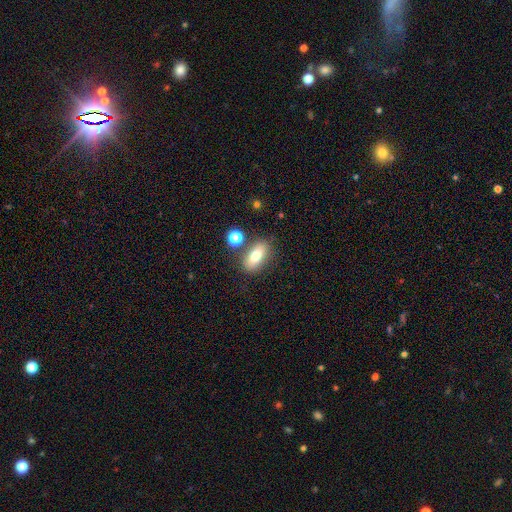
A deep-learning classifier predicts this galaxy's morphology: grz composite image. It shows a smooth galaxy with no disk features (72%) that is in between round and cigar-shaped (83%). Merging: none (75%).